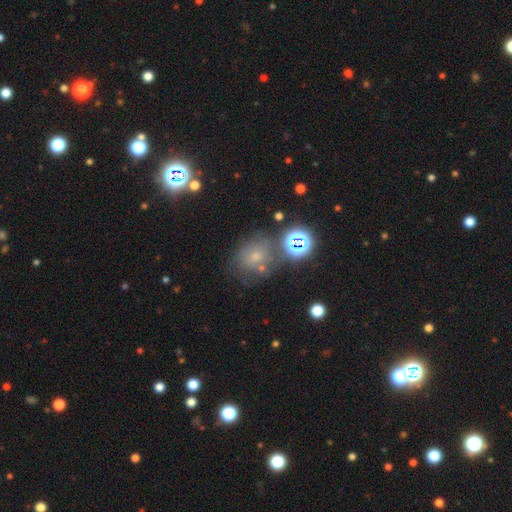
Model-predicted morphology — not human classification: This appears to be a smooth galaxy with no disk features (52%) that is round (68%). Merging: none (57%).